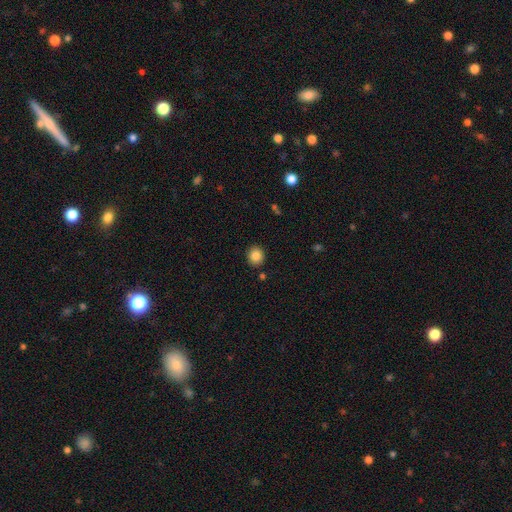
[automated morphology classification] Smooth or featured: smooth — 85% (star or artifact — 10%)
How rounded: round — 81% (in between — 18%)
Merging: none — 88% (minor disturbance — 7%)